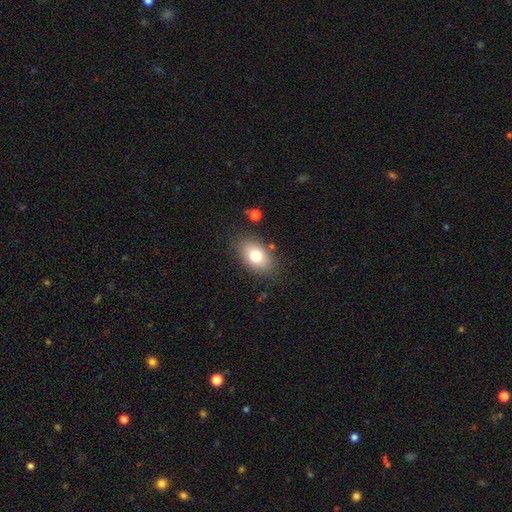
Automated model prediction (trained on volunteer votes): Q: Smooth or featured?
A: smooth (77%); runner-up: featured or disk (14%)
Q: How rounded?
A: in between (87%); runner-up: round (11%)
Q: Merging?
A: none (82%); runner-up: minor disturbance (12%)